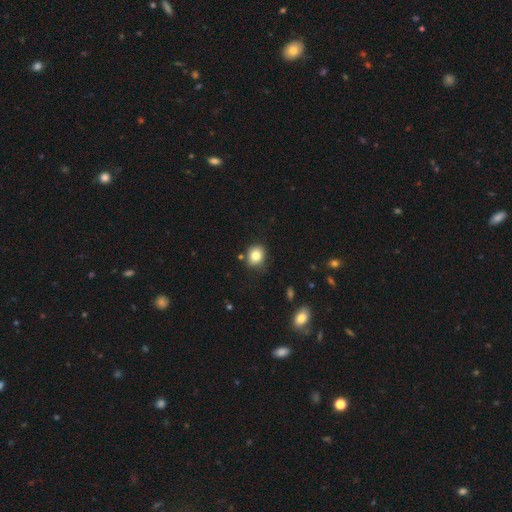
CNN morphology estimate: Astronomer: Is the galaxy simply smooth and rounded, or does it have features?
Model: smooth — 82%.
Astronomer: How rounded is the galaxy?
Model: round — 66%.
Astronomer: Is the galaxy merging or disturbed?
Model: none — 78%.